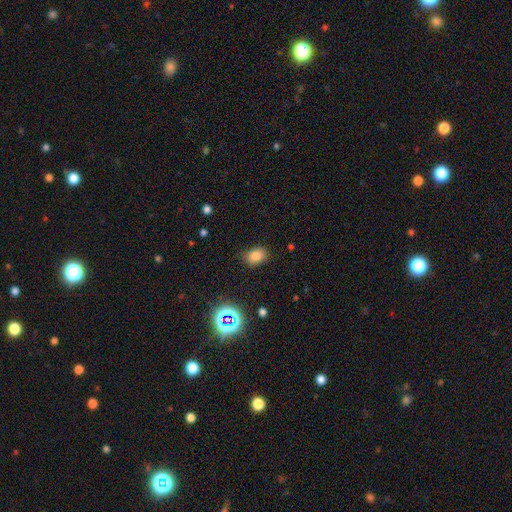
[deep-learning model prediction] Smooth or featured? Predicted: smooth (p=0.78). How rounded? Predicted: in between (p=0.70). Merging? Predicted: none (p=0.80).